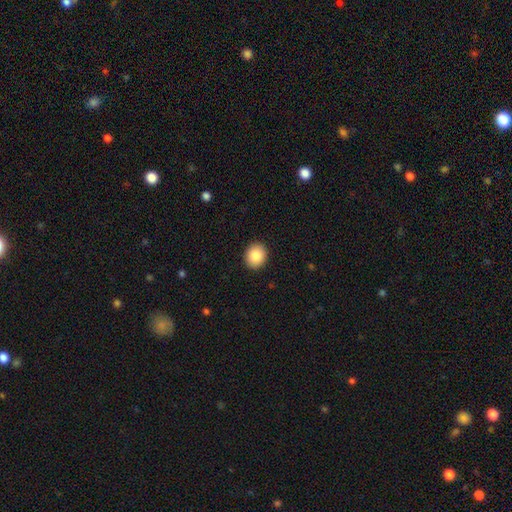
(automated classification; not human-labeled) This appears to be a smooth galaxy with no disk features (86%) that is round (68%). Merging: none (91%).